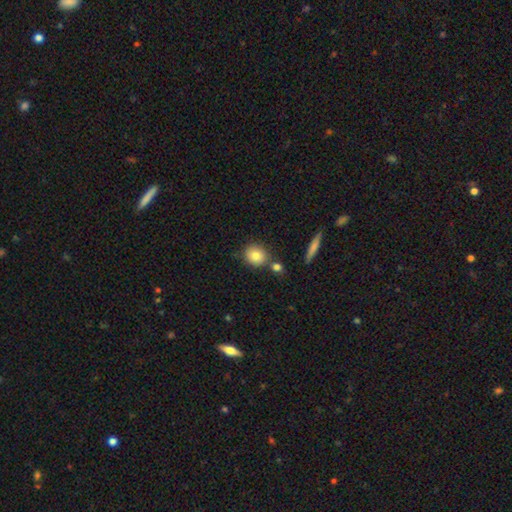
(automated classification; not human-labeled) smooth_or_featured: smooth (p=0.82) [alt: featured or disk p=0.09]
how_rounded: round (p=0.80) [alt: in between p=0.19]
merging: none (p=0.71) [alt: merger p=0.15]